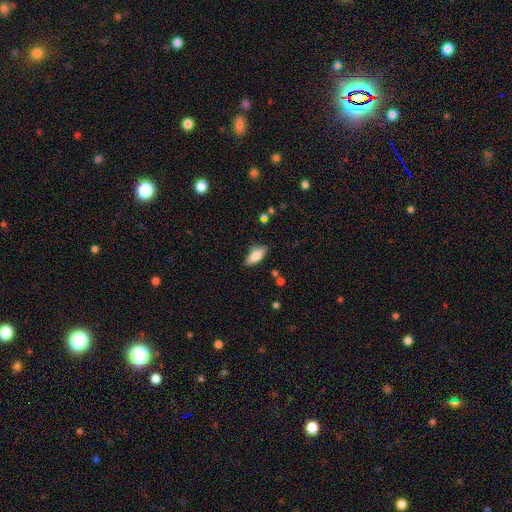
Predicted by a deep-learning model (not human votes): Smooth or featured?
  - smooth: 80% *
  - featured or disk: 13%
  - star or artifact: 7%
How rounded?
  - in between: 80% *
  - cigar-shaped: 18%
  - round: 2%
Merging?
  - none: 82% *
  - minor disturbance: 13%
  - major disturbance: 3%
  - merger: 2%